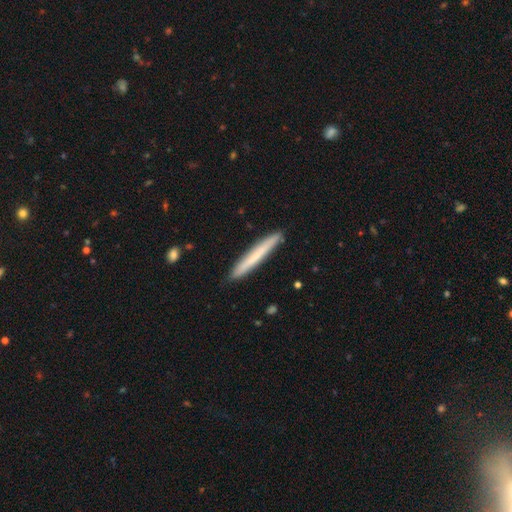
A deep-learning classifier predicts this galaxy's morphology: type=smooth (66%); roundness=cigar-shaped (97%); merging=none (91%).